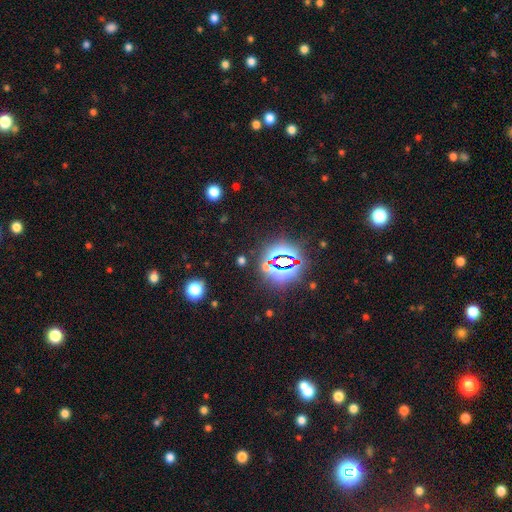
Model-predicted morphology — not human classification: A star or artifact, not a galaxy (82%).

Vote fractions:
- Smooth or featured? star or artifact: 82% / smooth: 12% / featured or disk: 7%